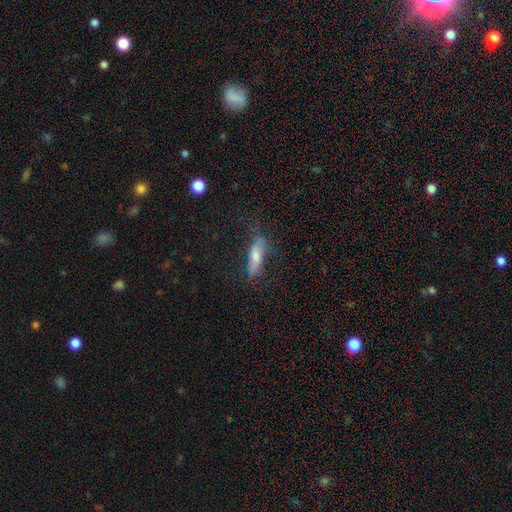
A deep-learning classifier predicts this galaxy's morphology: Q: Smooth or featured?
A: smooth (66%); runner-up: featured or disk (24%)
Q: How rounded?
A: cigar-shaped (52%); runner-up: in between (45%)
Q: Merging?
A: none (64%); runner-up: minor disturbance (24%)